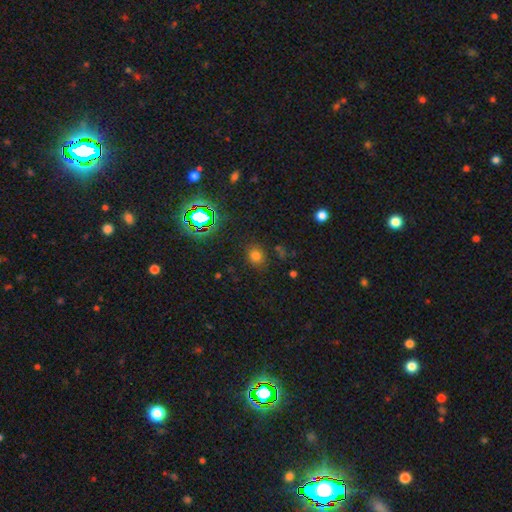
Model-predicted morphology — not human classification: A smooth galaxy with no disk features (71%) that is round (70%). Merging: none (80%).